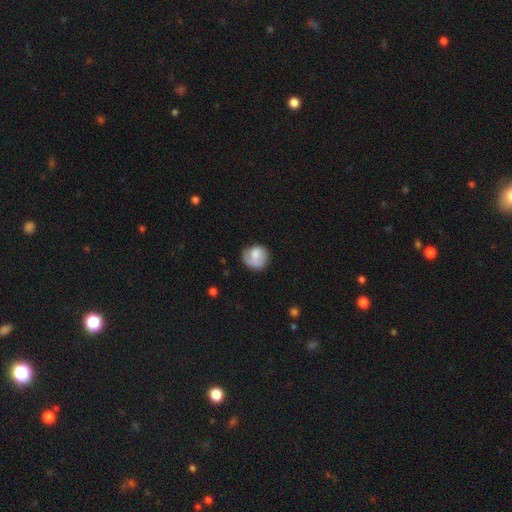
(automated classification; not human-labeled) Smooth or featured? Predicted: smooth (p=0.63). How rounded? Predicted: round (p=0.82). Merging? Predicted: none (p=0.63).